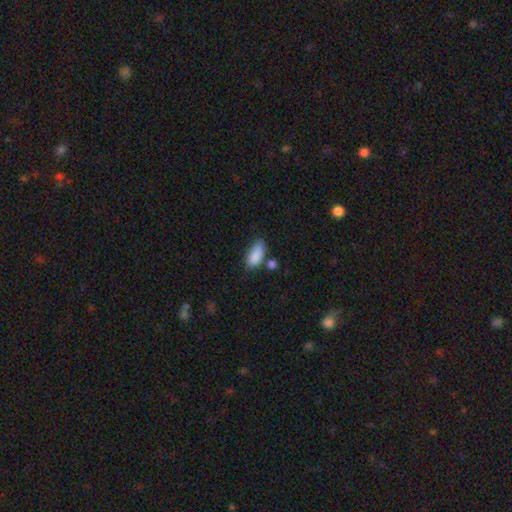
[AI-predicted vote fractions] Smooth or featured?
  - smooth: 86% *
  - star or artifact: 7%
  - featured or disk: 6%
How rounded?
  - in between: 85% *
  - cigar-shaped: 11%
  - round: 3%
Merging?
  - none: 54% *
  - minor disturbance: 26%
  - merger: 13%
  - major disturbance: 7%